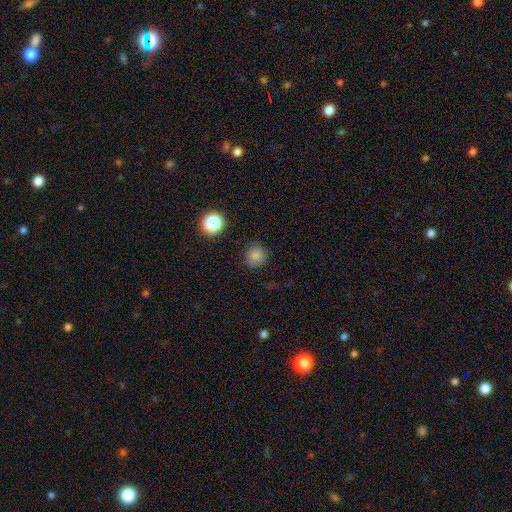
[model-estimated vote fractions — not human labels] Morphology: type=smooth (79%); roundness=round (91%); merging=none (86%).